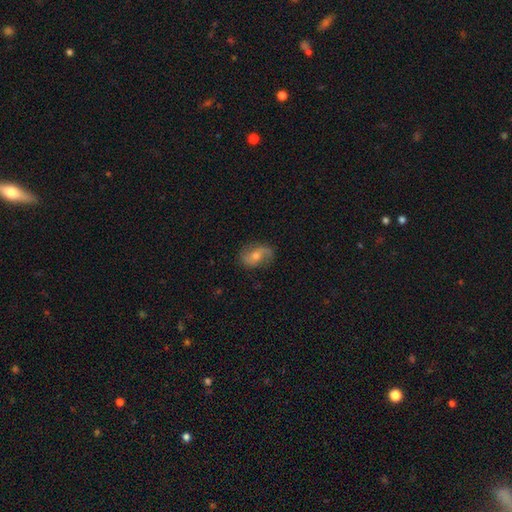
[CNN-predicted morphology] A featured or disk galaxy (69%) with no bar (60%), 2 (83%) loose (54%) spiral arms (91%) and a moderate central bulge (58%). Merging: none (74%).